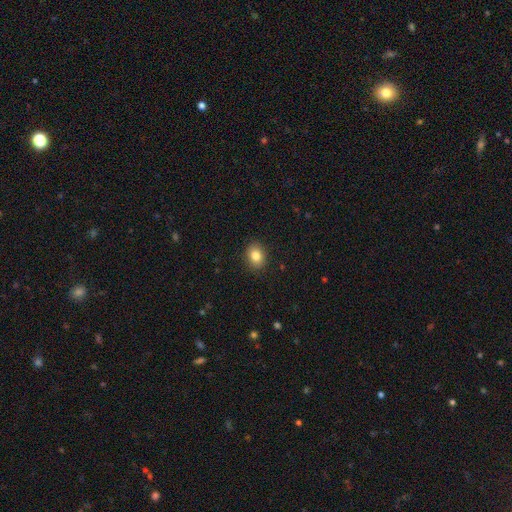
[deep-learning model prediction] The model was most divided on "how rounded": in between: 57%, round: 42%, cigar-shaped: 1%. More confident: merging — none (90%); smooth or featured — smooth (84%).